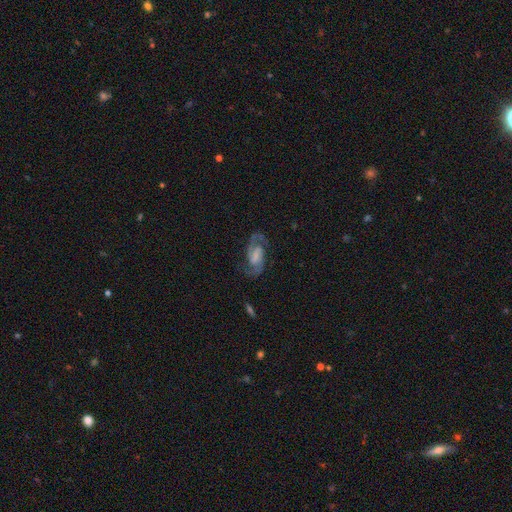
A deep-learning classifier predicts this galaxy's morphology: This is clearly a featured or disk galaxy (88%). It is clearly not viewed edge-on (97%). Bar: possibly weak (48%). Spiral arm pattern: clearly yes (97%). Spiral arm count: clearly 2 (93%). Spiral winding: possibly medium (59%). Central bulge: marginally none (45%). Merging: likely none (78%).